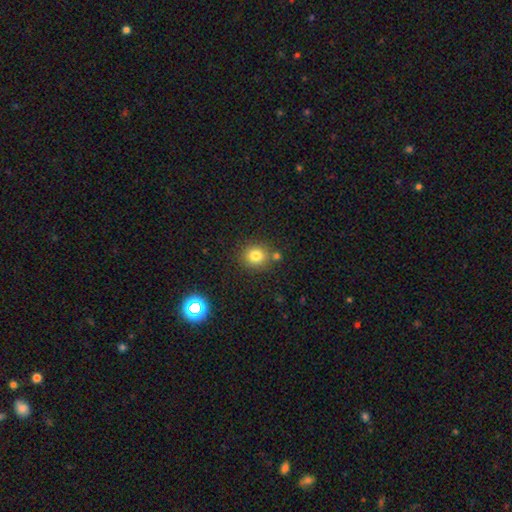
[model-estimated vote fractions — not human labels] A smooth galaxy with no disk features (79%) that is round (85%).

Vote fractions:
- Smooth or featured? smooth: 79% / star or artifact: 14% / featured or disk: 7%
- How rounded? round: 85% / in between: 14% / cigar-shaped: 1%
- Merging? none: 78% / merger: 10% / minor disturbance: 9% / major disturbance: 3%